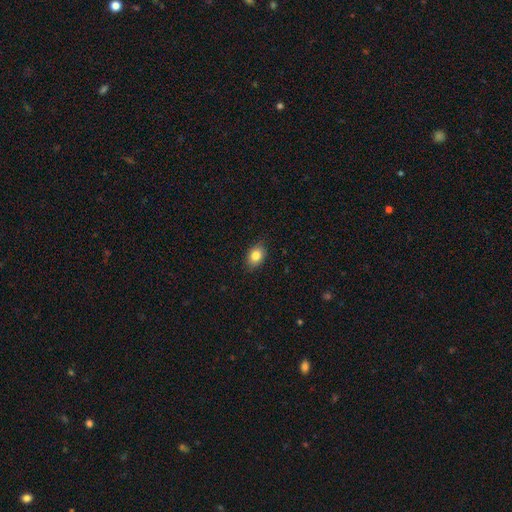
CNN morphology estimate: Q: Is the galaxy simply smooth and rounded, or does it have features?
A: smooth — 82%.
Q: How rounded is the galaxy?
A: in between — 75%.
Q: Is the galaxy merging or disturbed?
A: none — 83%.